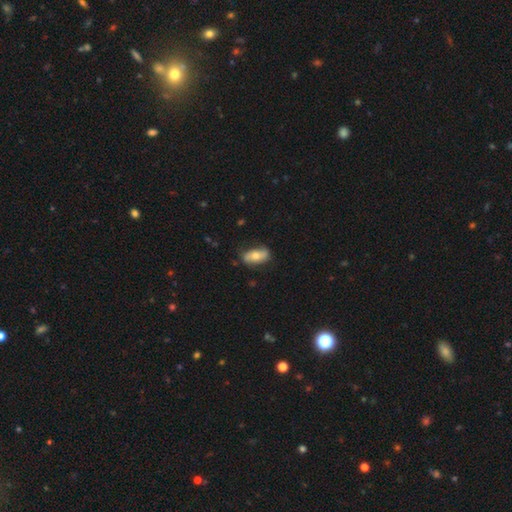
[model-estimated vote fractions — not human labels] Smooth or featured? smooth (58%)
How rounded? in between (86%)
Merging? none (76%)